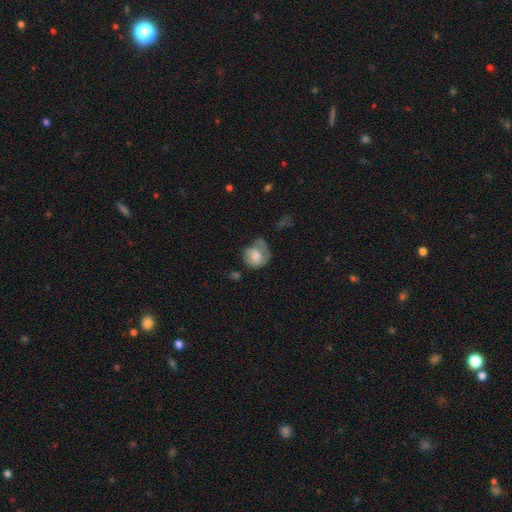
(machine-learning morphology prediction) Smooth or featured? Predicted: smooth (p=0.61). How rounded? Predicted: round (p=0.65). Merging? Predicted: major disturbance (p=0.32, tied with none).